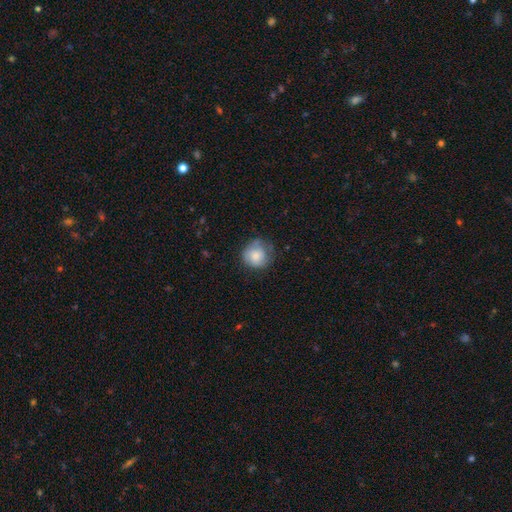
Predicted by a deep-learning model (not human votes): This is likely a smooth galaxy (78%). How rounded: clearly round (86%). Merging: possibly none (57%).